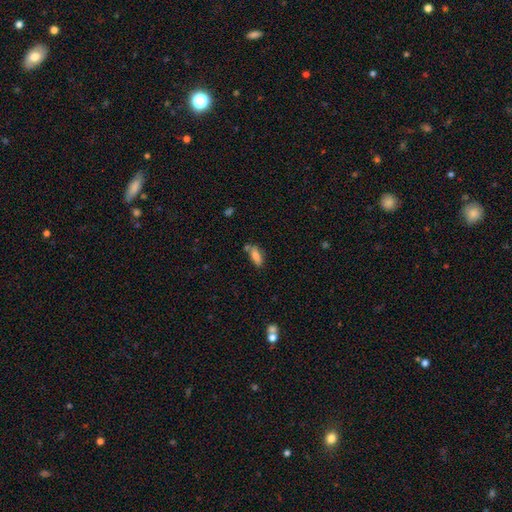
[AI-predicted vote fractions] This is likely a smooth galaxy (79%). How rounded: likely in between (70%). Merging: likely none (60%).